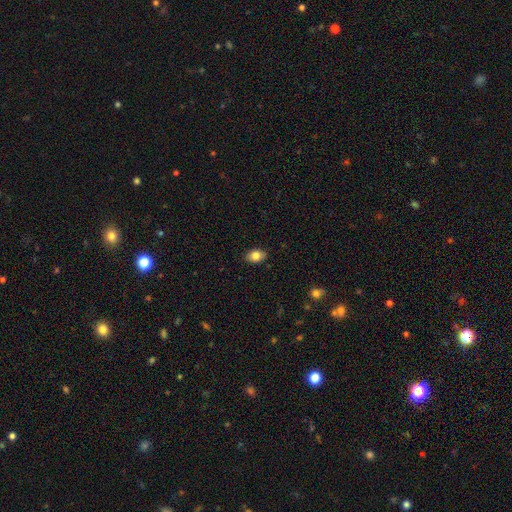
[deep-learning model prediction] Overall: smooth (81%). How rounded: in between (82%). Merging: none (88%).